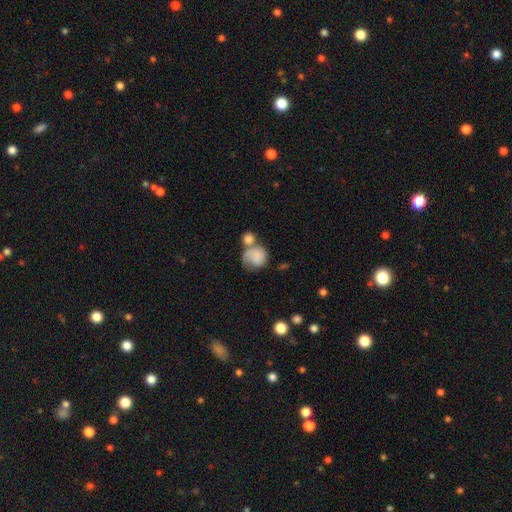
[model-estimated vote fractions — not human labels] Smooth or featured: smooth — 69% (featured or disk — 23%)
How rounded: round — 74% (in between — 25%)
Merging: merger — 36% (none — 30%)